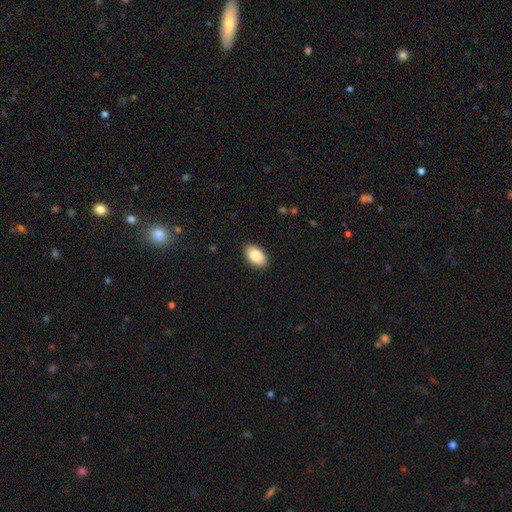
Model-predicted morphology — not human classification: The model was most divided on "smooth or featured": smooth: 86%, featured or disk: 7%, star or artifact: 7%. More confident: how rounded — in between (93%); merging — none (89%).